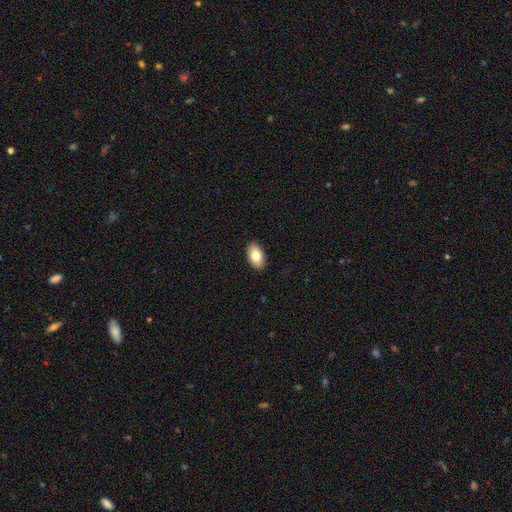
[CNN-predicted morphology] smooth-or-featured: smooth: 79% | featured or disk: 14% | star or artifact: 7%
  how-rounded: in between: 94% | round: 4% | cigar-shaped: 2%
  merging: none: 90% | minor disturbance: 7% | major disturbance: 2% | merger: 1%